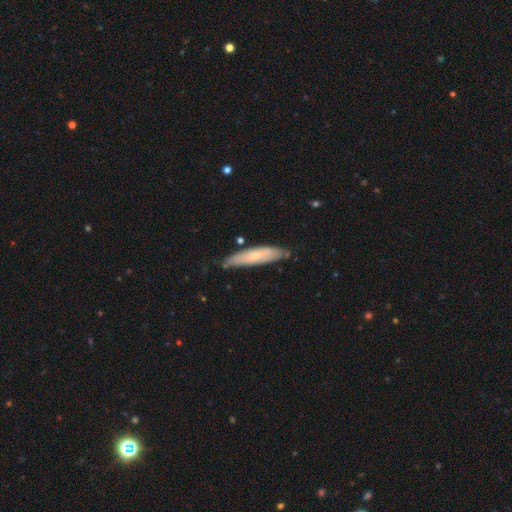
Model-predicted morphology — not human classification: The model was most divided on "smooth or featured": smooth: 54%, featured or disk: 40%, star or artifact: 6%. More confident: how rounded — cigar-shaped (80%); merging — none (78%).